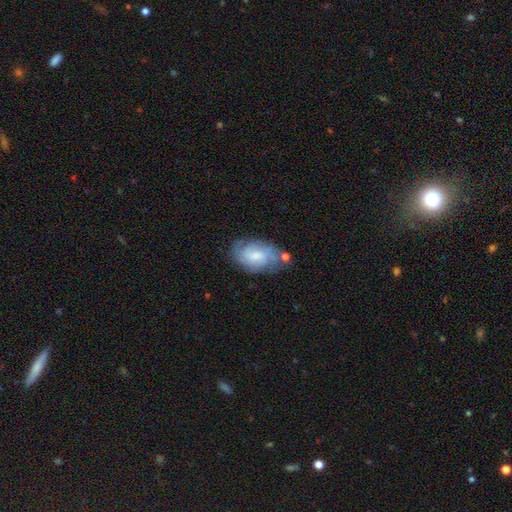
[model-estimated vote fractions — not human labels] Smooth or featured?
  - featured or disk: 54% *
  - smooth: 39%
  - star or artifact: 7%
Edge-on disk?
  - no: 96% *
  - yes: 4%
Bar?
  - no: 57% *
  - weak: 37%
  - strong: 5%
Spiral arms?
  - yes: 81% *
  - no: 19%
Bulge size?
  - moderate: 44% *
  - small: 33%
  - large: 12%
  - none: 10%
  - dominant: 2%
Merging?
  - none: 59% *
  - minor disturbance: 25%
  - major disturbance: 9%
  - merger: 7%